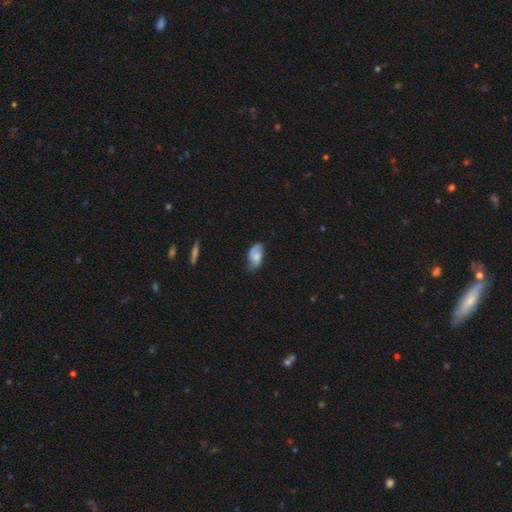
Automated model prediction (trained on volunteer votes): Q: Smooth or featured?
A: featured or disk (47%); runner-up: smooth (45%)
Q: Merging?
A: none (57%); runner-up: minor disturbance (33%)